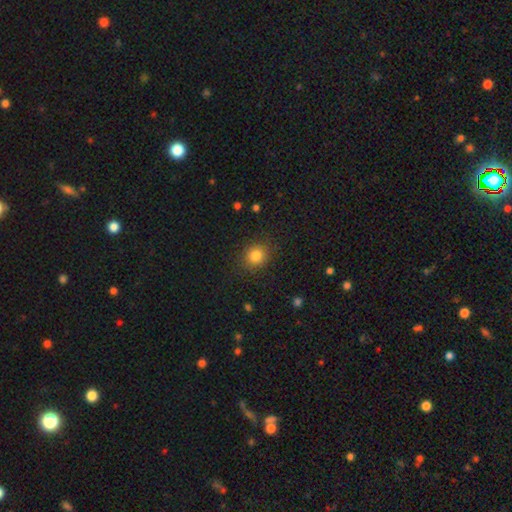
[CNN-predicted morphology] smooth_or_featured: smooth (p=0.82) [alt: star or artifact p=0.12]
how_rounded: round (p=0.80) [alt: in between p=0.19]
merging: none (p=0.86) [alt: minor disturbance p=0.10]